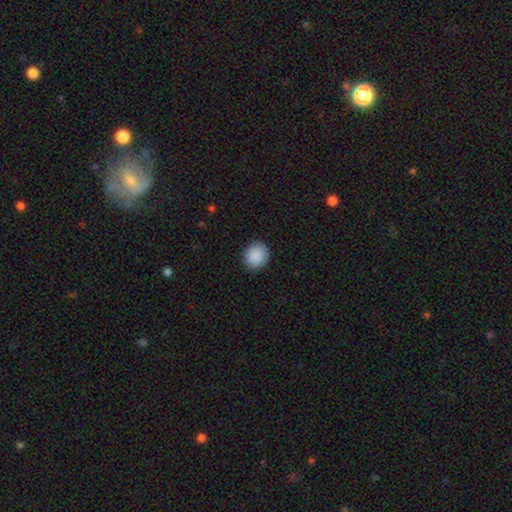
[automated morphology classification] smooth-or-featured: smooth: 90% | star or artifact: 7% | featured or disk: 3%
  how-rounded: round: 74% | in between: 25% | cigar-shaped: 1%
  merging: none: 88% | minor disturbance: 9% | major disturbance: 2% | merger: 1%